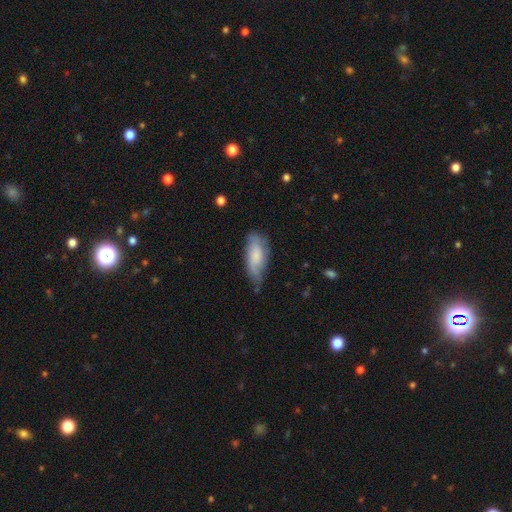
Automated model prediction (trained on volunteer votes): The model was most divided on "merging": none: 52%, minor disturbance: 36%, major disturbance: 10%, merger: 2%. More confident: how rounded — in between (80%); smooth or featured — smooth (66%).